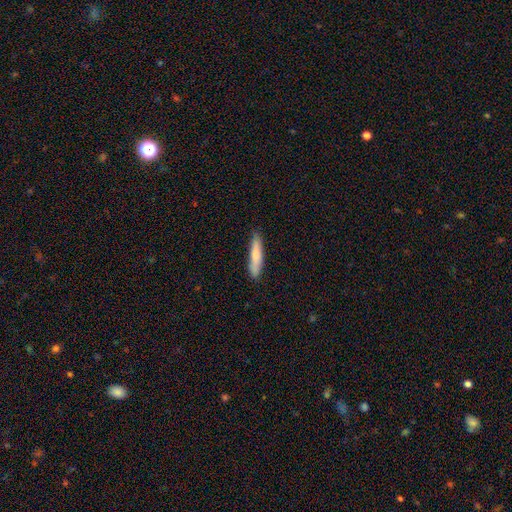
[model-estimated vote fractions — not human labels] smooth_or_featured: smooth (p=0.78) [alt: featured or disk p=0.16]
how_rounded: cigar-shaped (p=0.86) [alt: in between p=0.13]
merging: none (p=0.84) [alt: minor disturbance p=0.13]